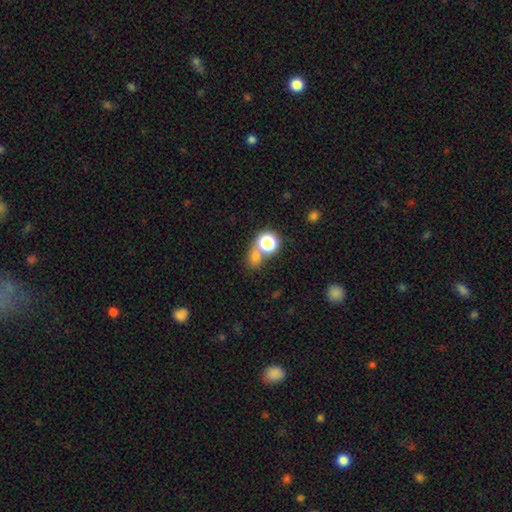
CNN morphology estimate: Smooth or featured? smooth (71%)
How rounded? round (70%)
Merging? none (45%)